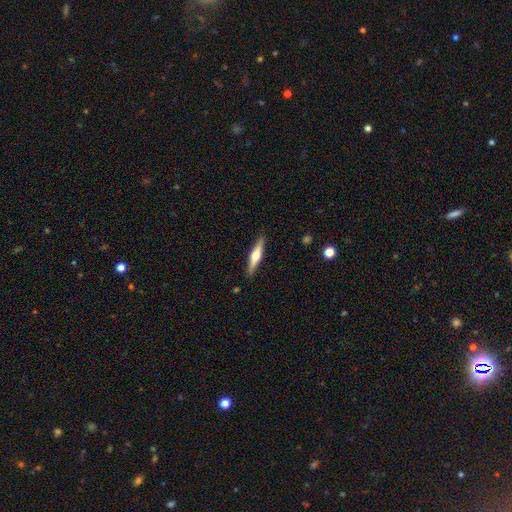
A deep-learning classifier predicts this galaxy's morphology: Overall: featured or disk (59%; smooth 36%). Edge-on disk: yes (96%). Edge-on bulge: rounded (92%). Merging: none (90%).